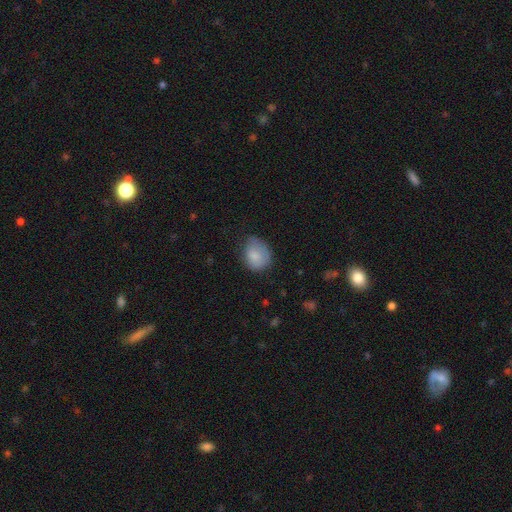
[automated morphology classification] Smooth or featured: smooth — 82% (featured or disk — 10%)
How rounded: round — 54% (in between — 45%)
Merging: none — 51% (minor disturbance — 36%)